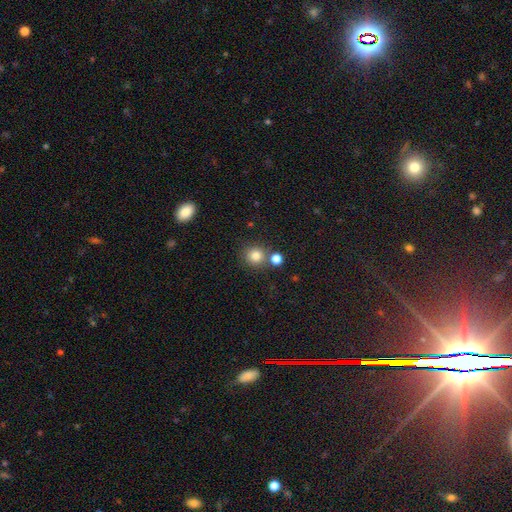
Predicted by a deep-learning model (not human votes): smooth 81%, star or artifact 12%, featured or disk 6%. Down the decision tree: how rounded — round (89%); merging — none (72%).